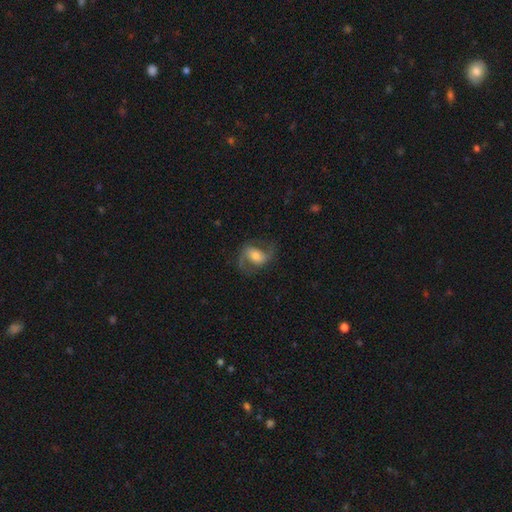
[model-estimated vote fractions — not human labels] smooth_or_featured: featured or disk (p=0.71) [alt: smooth p=0.22]
disk_edge_on: no (p=0.97) [alt: yes p=0.03]
bar: weak (p=0.39) [alt: no p=0.38]
has_spiral_arms: yes (p=0.91) [alt: no p=0.09]
spiral_winding: medium (p=0.49) [alt: loose p=0.40]
spiral_arm_count: 2 (p=0.90) [alt: can't tell p=0.04]
bulge_size: moderate (p=0.55) [alt: small p=0.25]
merging: none (p=0.69) [alt: minor disturbance p=0.16]